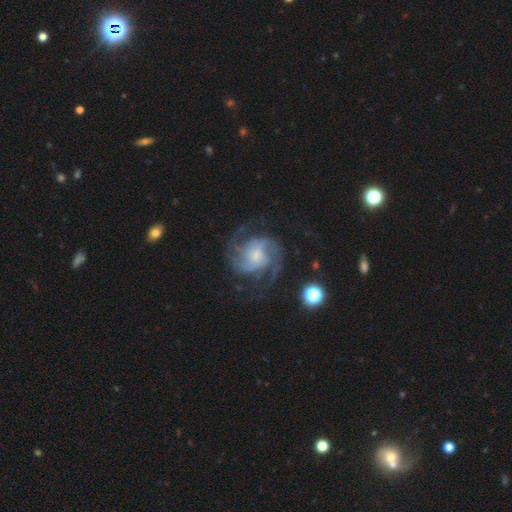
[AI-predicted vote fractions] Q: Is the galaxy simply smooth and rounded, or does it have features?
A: featured or disk — 88%.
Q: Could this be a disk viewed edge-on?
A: no — 98%.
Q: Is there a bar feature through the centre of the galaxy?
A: no — 55%.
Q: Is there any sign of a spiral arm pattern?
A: yes — 98%.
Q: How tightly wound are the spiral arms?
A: medium — 55%.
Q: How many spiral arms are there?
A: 2 — 64%.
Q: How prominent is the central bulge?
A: small — 40%.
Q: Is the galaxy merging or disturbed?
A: none — 70%.